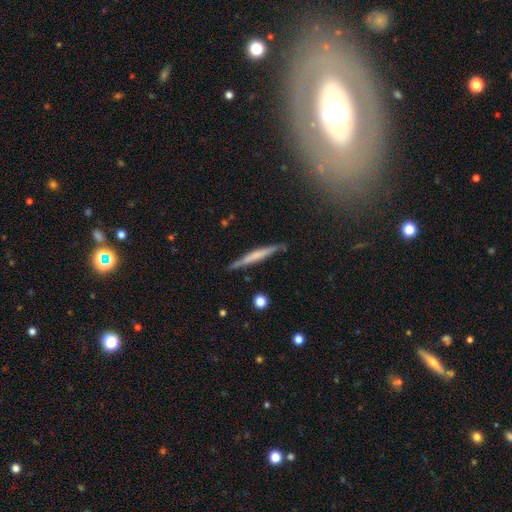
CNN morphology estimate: type=featured or disk (50%); edge-on=yes (96%); merging=none (85%).